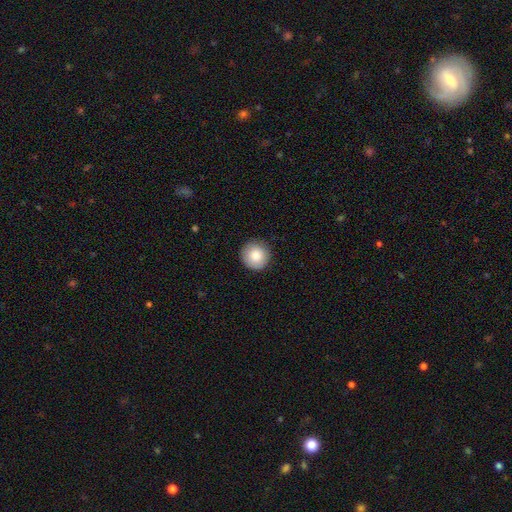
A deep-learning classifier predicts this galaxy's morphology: Overall: smooth (84%). How rounded: round (95%). Merging: none (91%).